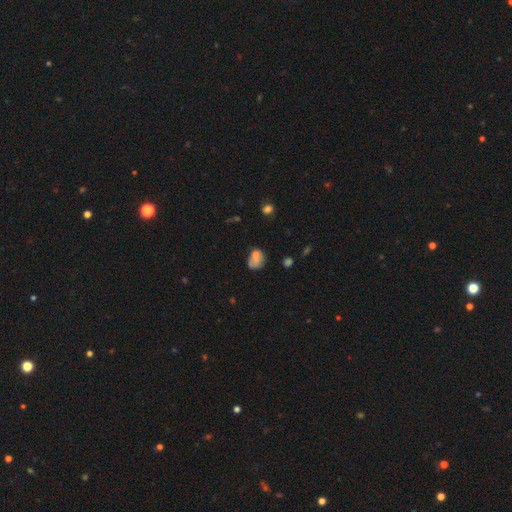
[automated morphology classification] smooth 65%, featured or disk 22%, star or artifact 14%. Down the decision tree: how rounded — round (50%); merging — none (41%).